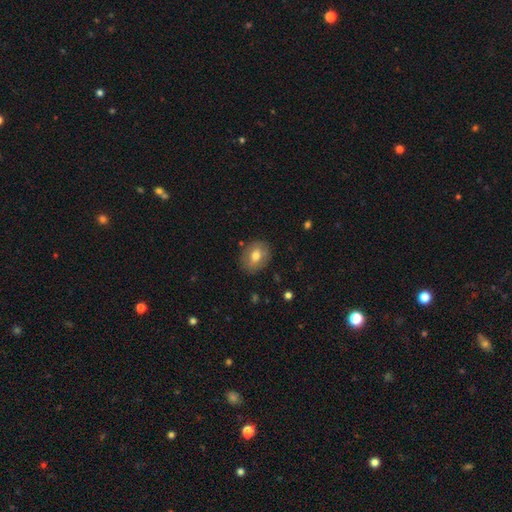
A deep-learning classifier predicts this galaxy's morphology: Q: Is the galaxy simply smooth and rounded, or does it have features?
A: smooth — 70%.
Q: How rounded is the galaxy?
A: in between — 53%.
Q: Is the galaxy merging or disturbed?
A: none — 83%.